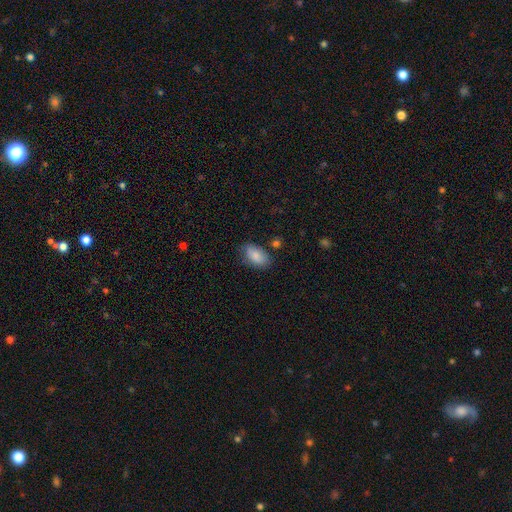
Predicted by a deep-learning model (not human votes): Overall: smooth (85%). How rounded: in between (93%). Merging: none (73%).